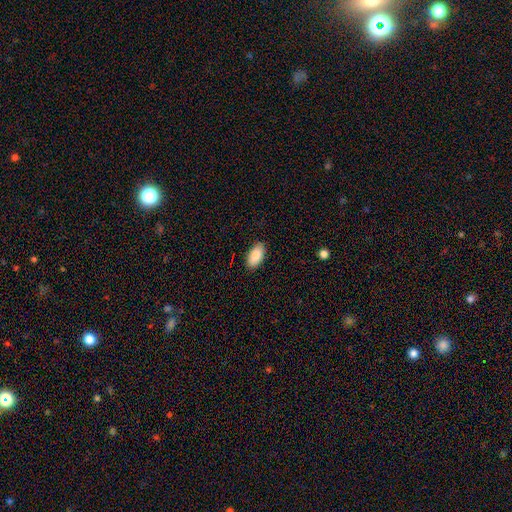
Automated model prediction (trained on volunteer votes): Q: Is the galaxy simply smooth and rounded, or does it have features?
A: smooth — 89%.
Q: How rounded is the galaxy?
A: in between — 94%.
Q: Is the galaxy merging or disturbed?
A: none — 87%.